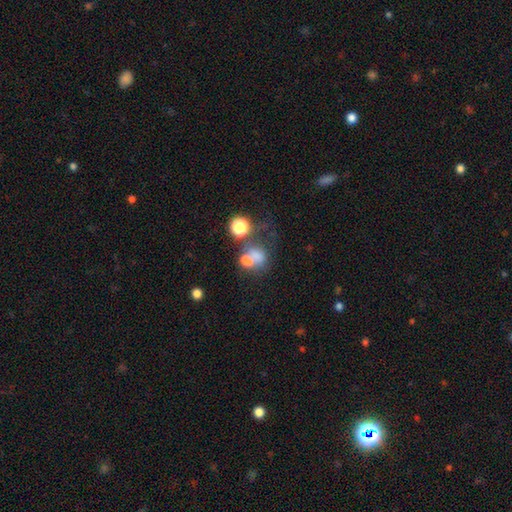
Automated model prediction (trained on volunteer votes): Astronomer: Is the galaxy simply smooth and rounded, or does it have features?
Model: smooth — 55%.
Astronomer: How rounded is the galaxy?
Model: round — 52% (runner-up: in between, 46%).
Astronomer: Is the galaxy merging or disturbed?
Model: merger — 44% (runner-up: none, 26%).